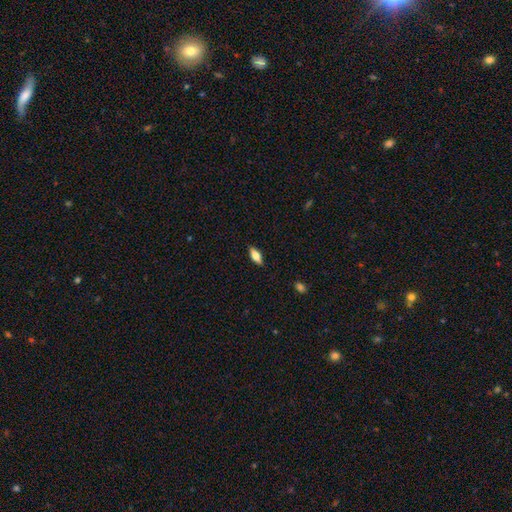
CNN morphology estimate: Smooth or featured? smooth (67%)
How rounded? in between (71%)
Merging? none (88%)